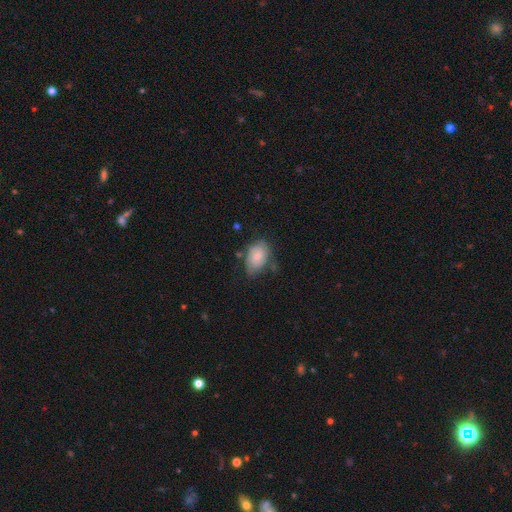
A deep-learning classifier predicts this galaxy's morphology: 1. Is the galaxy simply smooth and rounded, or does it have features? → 55% smooth, 37% featured or disk, 8% star or artifact.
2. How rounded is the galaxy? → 84% in between, 14% round, 1% cigar-shaped.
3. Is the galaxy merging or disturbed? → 56% none, 30% minor disturbance, 10% major disturbance, 4% merger.